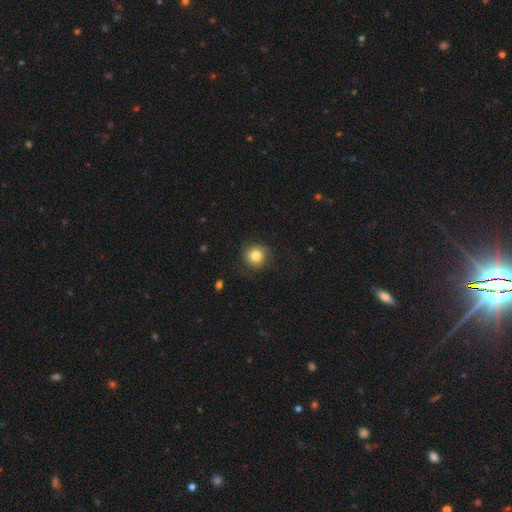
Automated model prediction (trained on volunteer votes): smooth 82%, star or artifact 10%, featured or disk 7%. Down the decision tree: how rounded — round (91%); merging — none (86%).